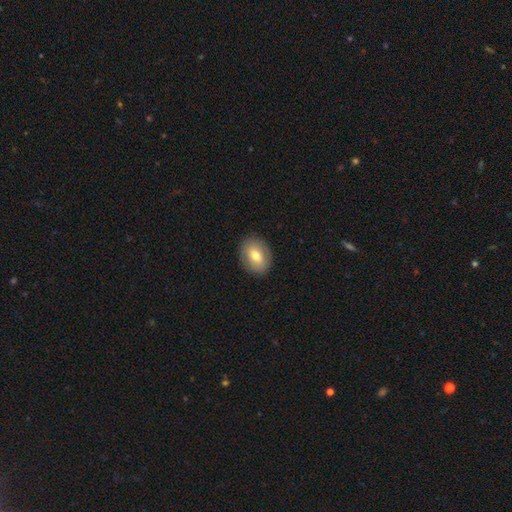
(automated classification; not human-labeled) smooth-or-featured: smooth: 68% | featured or disk: 24% | star or artifact: 8%
  how-rounded: in between: 67% | round: 32% | cigar-shaped: 1%
  merging: none: 88% | minor disturbance: 9% | major disturbance: 3% | merger: 1%